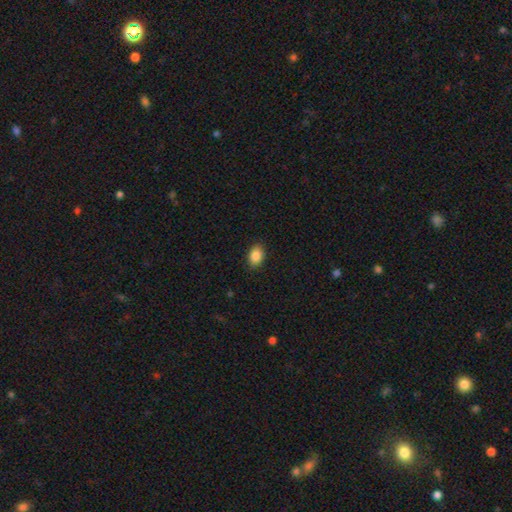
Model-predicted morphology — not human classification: Smooth or featured? Predicted: smooth (p=0.86). How rounded? Predicted: in between (p=0.83). Merging? Predicted: none (p=0.89).